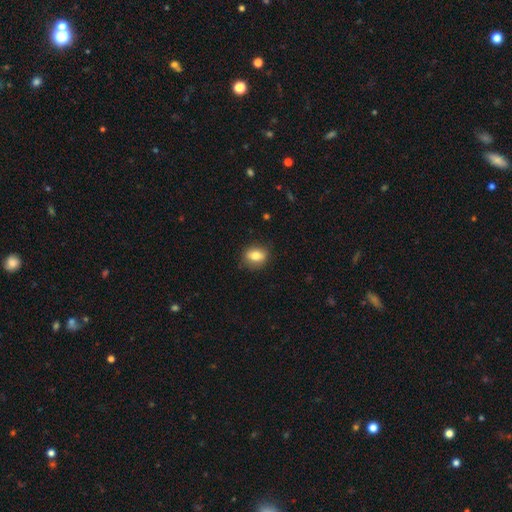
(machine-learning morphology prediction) Smooth or featured? smooth (80%)
How rounded? in between (62%)
Merging? none (84%)